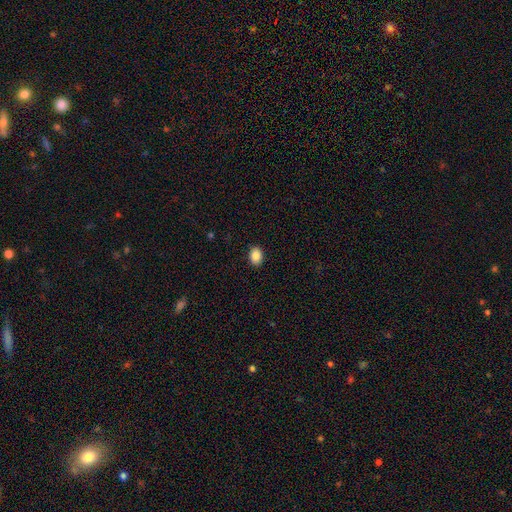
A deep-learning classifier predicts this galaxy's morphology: Smooth or featured? smooth (89%)
How rounded? in between (76%)
Merging? none (90%)